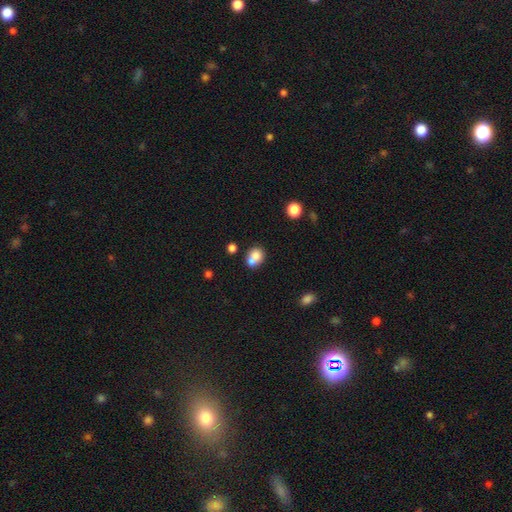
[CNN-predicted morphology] smooth-or-featured: smooth: 75% | featured or disk: 14% | star or artifact: 11%
  how-rounded: round: 65% | in between: 34% | cigar-shaped: 1%
  merging: merger: 53% | none: 34% | minor disturbance: 9% | major disturbance: 4%